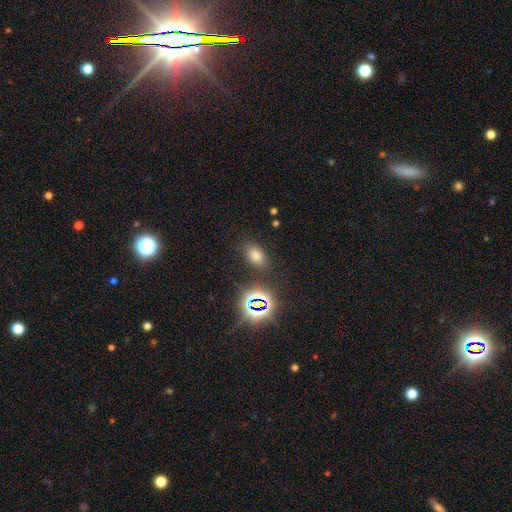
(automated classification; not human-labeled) Q: Smooth or featured?
A: smooth (66%); runner-up: star or artifact (26%)
Q: How rounded?
A: in between (82%); runner-up: round (16%)
Q: Merging?
A: none (80%); runner-up: minor disturbance (12%)